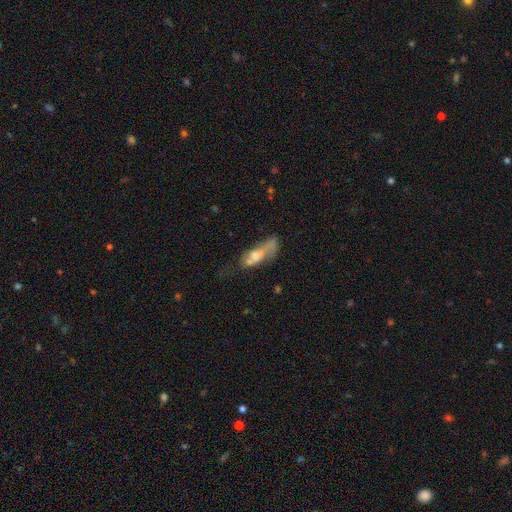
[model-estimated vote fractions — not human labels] This appears to be a smooth galaxy with no disk features (50%) that is in between round and cigar-shaped (57%). Merging: major disturbance (32%).